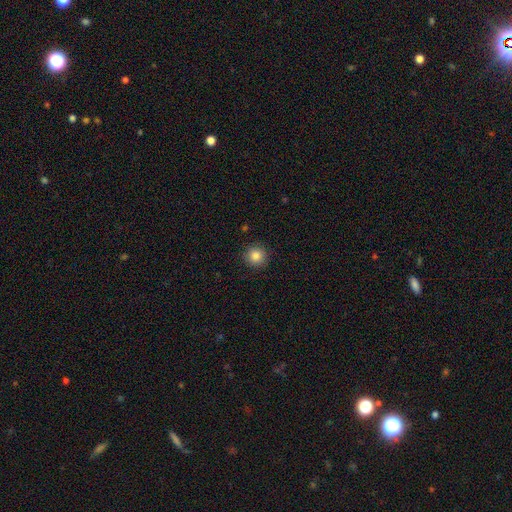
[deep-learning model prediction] A smooth galaxy with no disk features (85%) that is round (94%). Merging: none (91%).